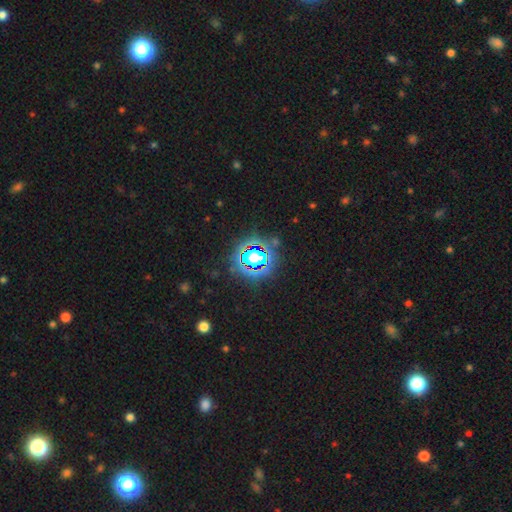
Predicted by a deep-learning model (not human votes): Smooth or featured? Predicted: star or artifact (p=0.79).